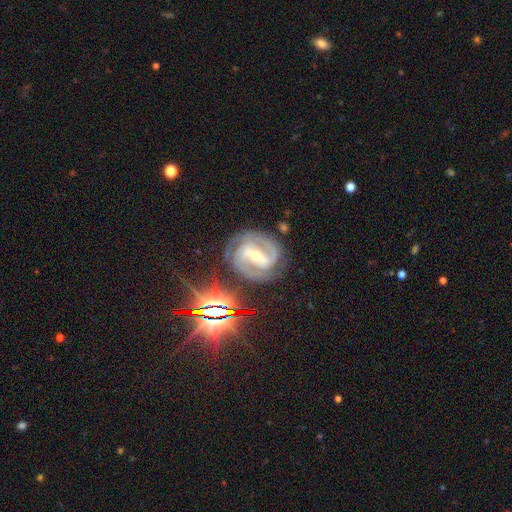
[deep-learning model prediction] The model was most divided on "bulge size": moderate: 50%, small: 47%, large: 2%, none: 1%, dominant: 1%. More confident: spiral arms — yes (98%); edge-on disk — no (97%); smooth or featured — featured or disk (89%); merging — none (79%); spiral arm count — 2 (73%); bar — strong (69%); spiral winding — tight (57%).